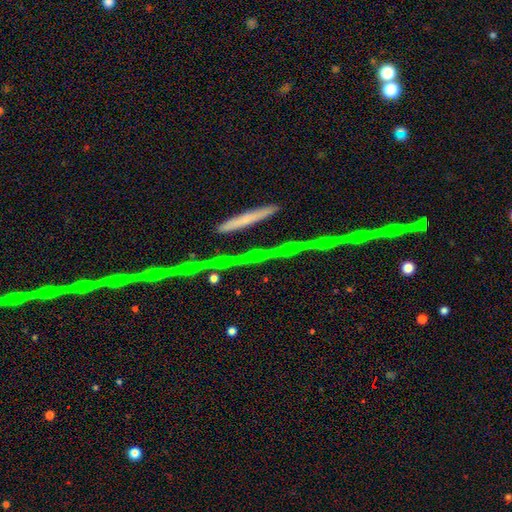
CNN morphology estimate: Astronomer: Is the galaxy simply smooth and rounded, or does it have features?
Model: star or artifact — 58%.